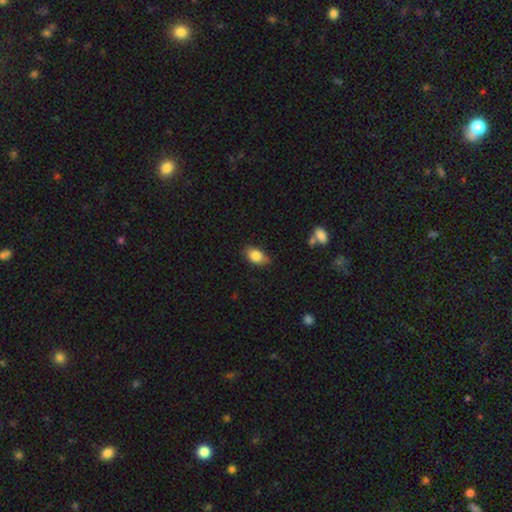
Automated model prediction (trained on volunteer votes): Smooth or featured? smooth (84%)
How rounded? in between (85%)
Merging? none (70%)